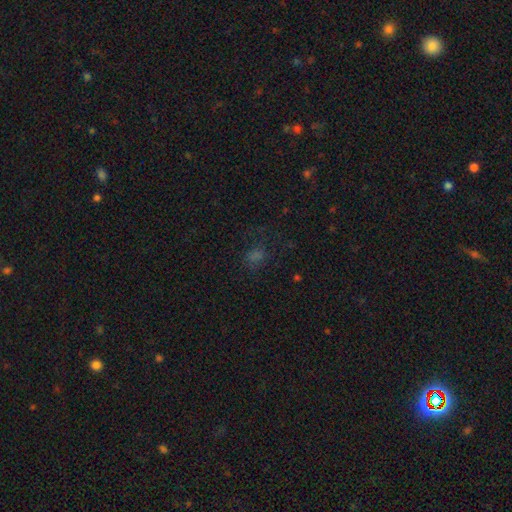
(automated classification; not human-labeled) Morphology: type=smooth (54%); roundness=round (56%); merging=none (68%).